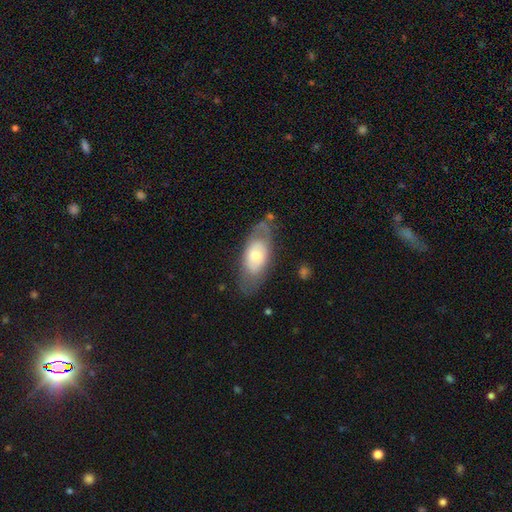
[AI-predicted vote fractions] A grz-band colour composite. It shows a smooth galaxy with no disk features (50%). Merging: none (64%).